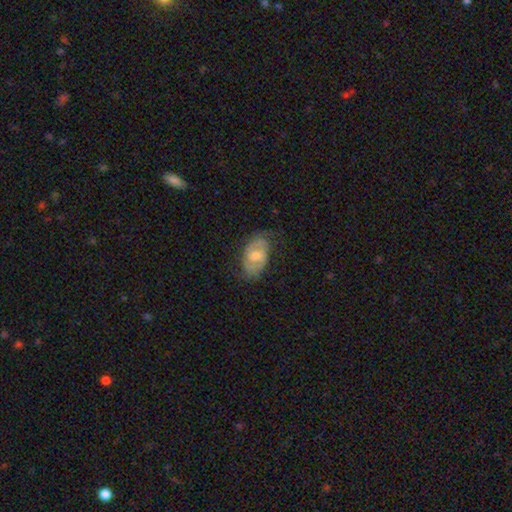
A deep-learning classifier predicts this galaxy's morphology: featured or disk 60%, smooth 34%, star or artifact 6%. Down the decision tree: edge-on disk — no (95%); bar — weak (51%); spiral arms — yes (79%); bulge size — moderate (61%); merging — none (64%).